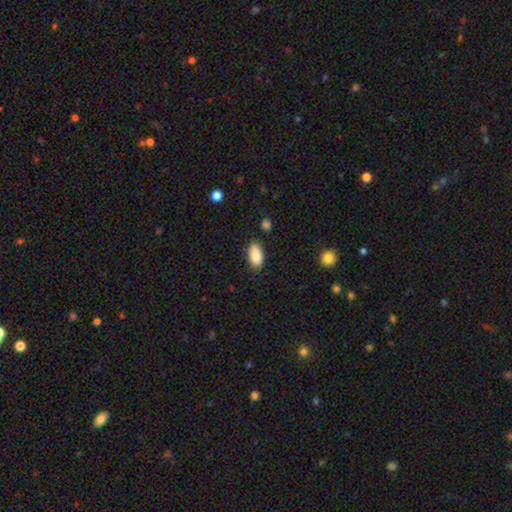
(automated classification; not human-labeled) This appears to be a smooth galaxy with no disk features (88%) that is in between round and cigar-shaped (92%). Merging: none (83%).